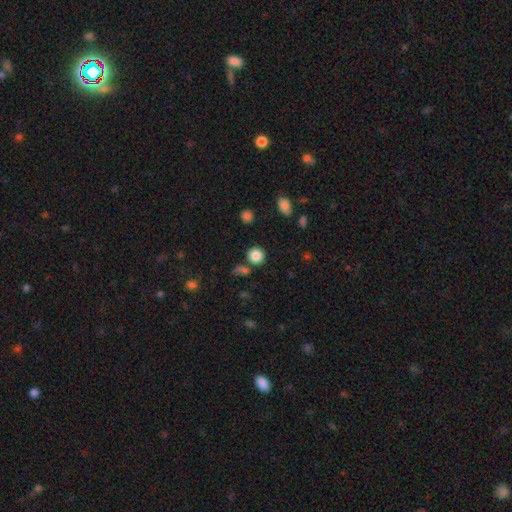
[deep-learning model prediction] This is clearly a smooth galaxy (84%). How rounded: clearly round (91%). Merging: likely none (79%).